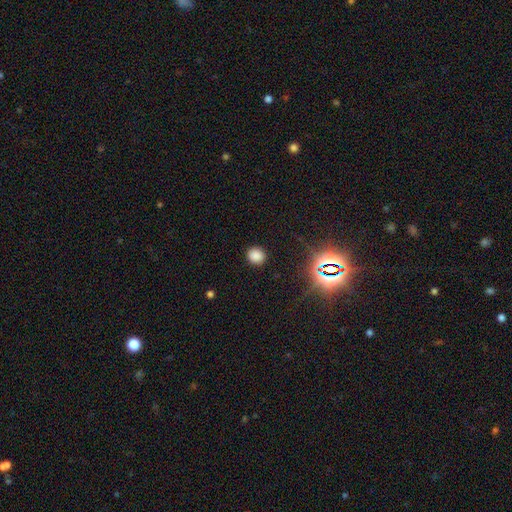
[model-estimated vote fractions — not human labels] Smooth or featured?
  - smooth: 79% *
  - star or artifact: 17%
  - featured or disk: 4%
How rounded?
  - round: 79% *
  - in between: 20%
  - cigar-shaped: 1%
Merging?
  - none: 88% *
  - minor disturbance: 8%
  - major disturbance: 3%
  - merger: 1%